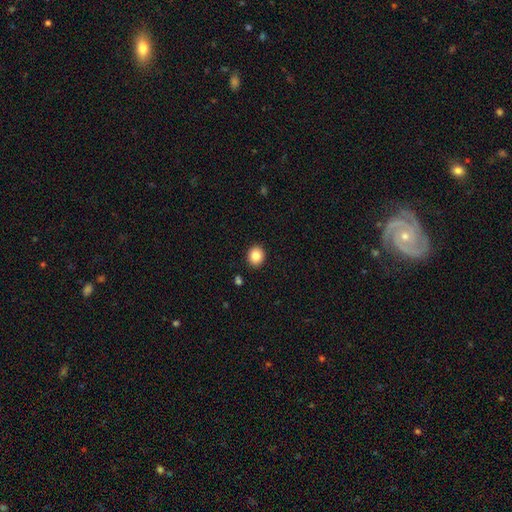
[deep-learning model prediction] This appears to be a smooth galaxy with no disk features (85%) that is round (66%). Merging: none (91%).